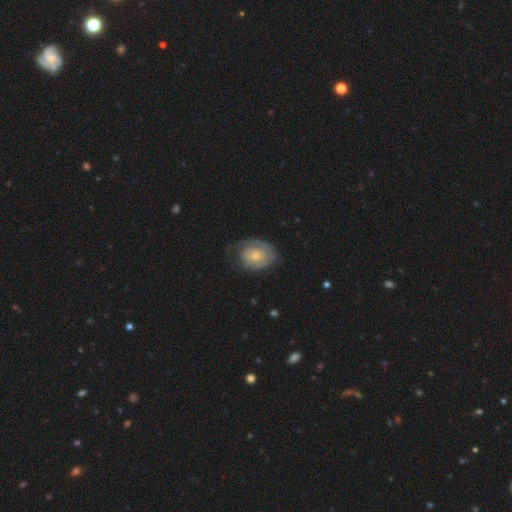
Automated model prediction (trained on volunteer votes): Q: Smooth or featured?
A: smooth (53%); runner-up: featured or disk (41%)
Q: How rounded?
A: in between (51%); runner-up: round (48%)
Q: Merging?
A: none (54%); runner-up: minor disturbance (29%)